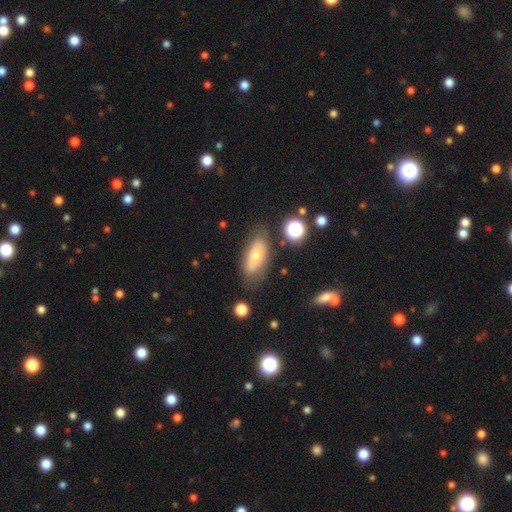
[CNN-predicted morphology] This is possibly a smooth galaxy (56%). How rounded: clearly in between (80%). Merging: likely none (70%).